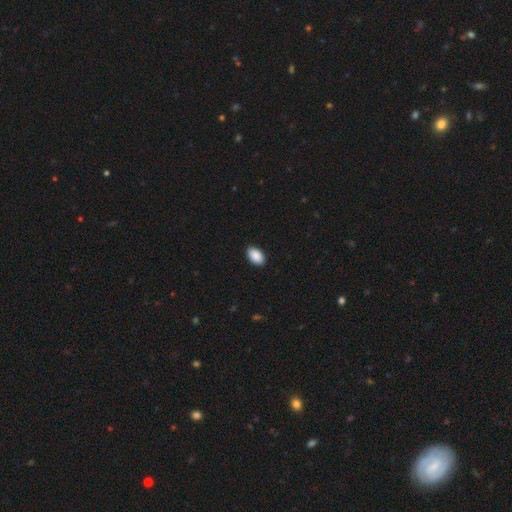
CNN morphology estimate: The model was most divided on "merging": none: 90%, minor disturbance: 8%, major disturbance: 2%, merger: 1%. More confident: how rounded — in between (93%); smooth or featured — smooth (90%).